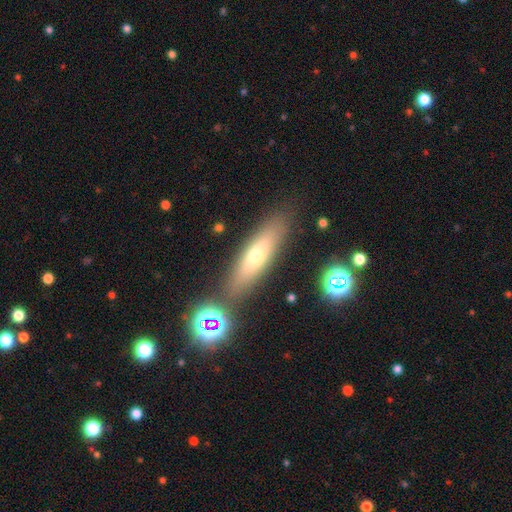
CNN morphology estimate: smooth-or-featured: smooth: 52% | featured or disk: 35% | star or artifact: 13%
  how-rounded: cigar-shaped: 70% | in between: 27% | round: 3%
  merging: none: 81% | minor disturbance: 10% | merger: 5% | major disturbance: 3%